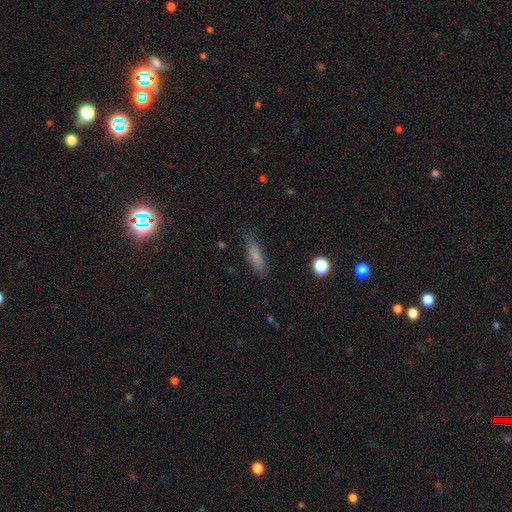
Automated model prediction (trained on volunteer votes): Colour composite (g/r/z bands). It shows a smooth galaxy with no disk features (76%) that is cigar-shaped (50%). Merging: none (77%).